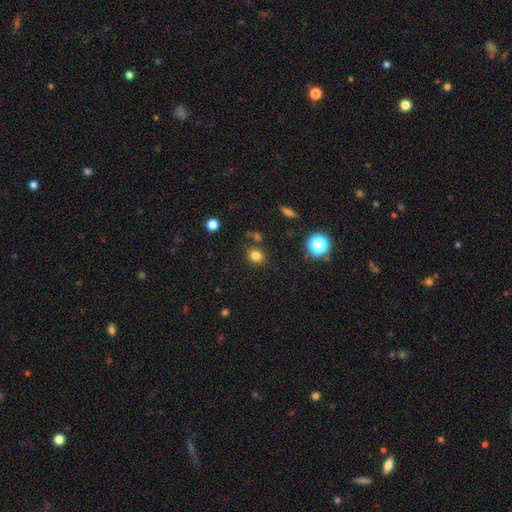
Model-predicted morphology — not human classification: Q: Smooth or featured?
A: smooth (79%); runner-up: star or artifact (15%)
Q: How rounded?
A: round (68%); runner-up: in between (31%)
Q: Merging?
A: none (79%); runner-up: minor disturbance (11%)